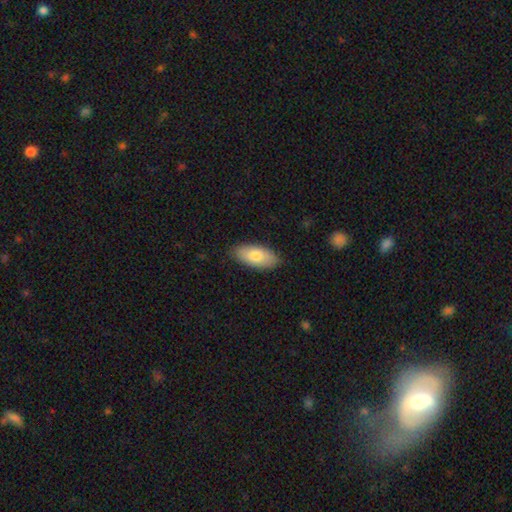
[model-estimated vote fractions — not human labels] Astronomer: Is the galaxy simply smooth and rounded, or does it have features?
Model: smooth — 78%.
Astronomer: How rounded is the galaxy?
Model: in between — 91%.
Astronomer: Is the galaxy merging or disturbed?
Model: none — 85%.